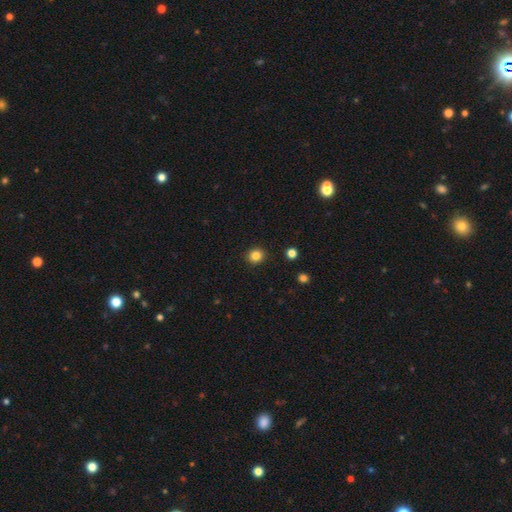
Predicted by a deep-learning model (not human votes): A smooth galaxy with no disk features (84%) that is round (89%). Merging: none (92%).